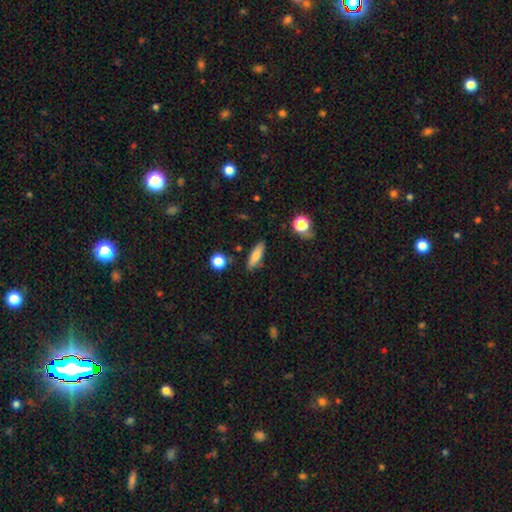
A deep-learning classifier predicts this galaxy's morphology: This appears to be a smooth galaxy with no disk features (77%) that is cigar-shaped (51%). Merging: none (84%).